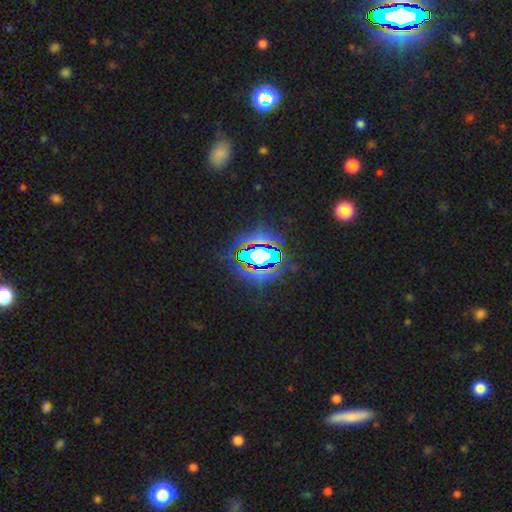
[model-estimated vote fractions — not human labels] star or artifact 75%, featured or disk 13%, smooth 12%.